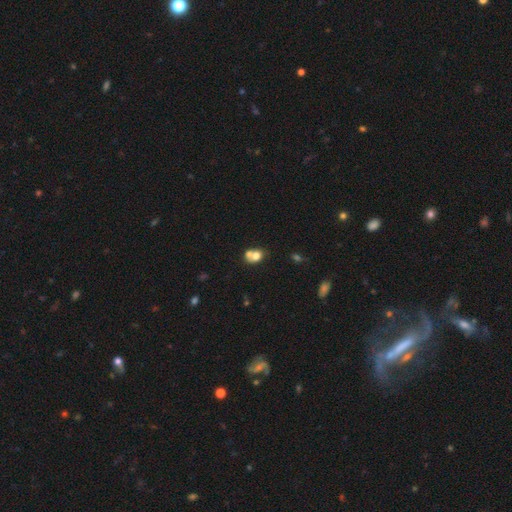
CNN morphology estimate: Q: Smooth or featured?
A: smooth (69%); runner-up: featured or disk (20%)
Q: How rounded?
A: round (52%); runner-up: in between (47%)
Q: Merging?
A: merger (58%); runner-up: none (28%)